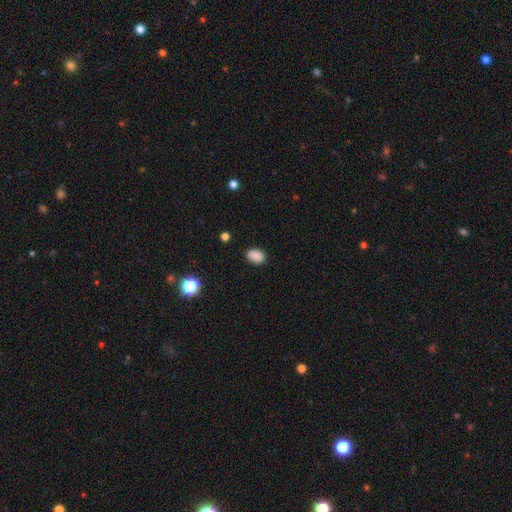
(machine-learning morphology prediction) smooth-or-featured: smooth: 87% | star or artifact: 10% | featured or disk: 4%
  how-rounded: in between: 80% | round: 19% | cigar-shaped: 1%
  merging: none: 83% | minor disturbance: 13% | major disturbance: 3% | merger: 1%